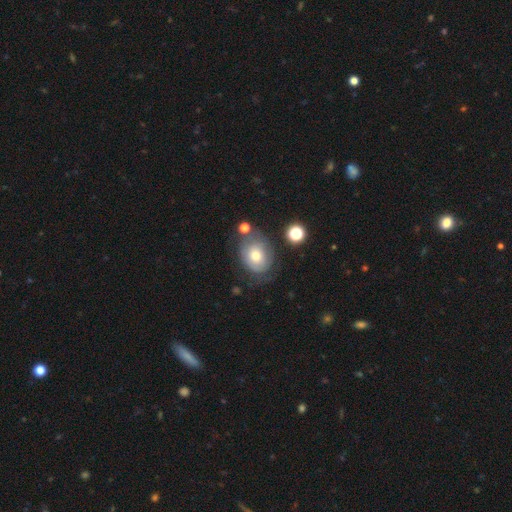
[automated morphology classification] smooth_or_featured: smooth (p=0.59) [alt: featured or disk p=0.32]
how_rounded: in between (p=0.54) [alt: round p=0.45]
merging: none (p=0.55) [alt: minor disturbance p=0.25]